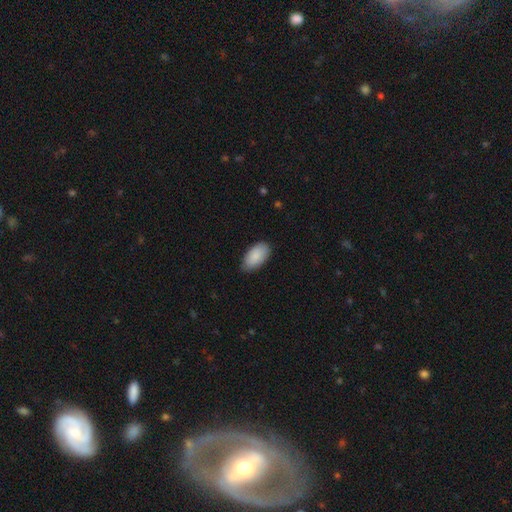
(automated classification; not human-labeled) Smooth or featured: smooth — 89% (featured or disk — 6%)
How rounded: in between — 95% (round — 2%)
Merging: none — 80% (minor disturbance — 17%)